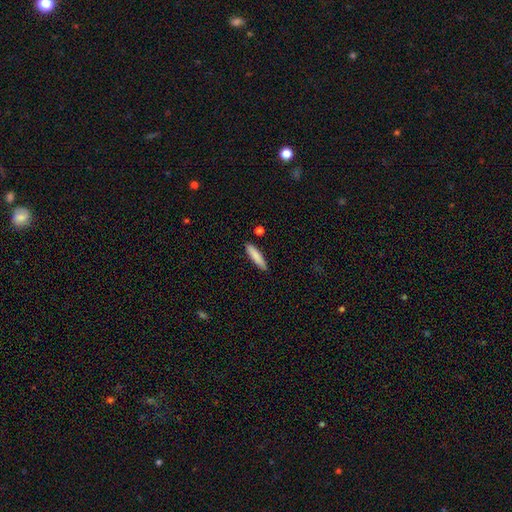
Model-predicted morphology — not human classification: Smooth or featured? Predicted: smooth (p=0.84). How rounded? Predicted: cigar-shaped (p=0.79). Merging? Predicted: none (p=0.86).